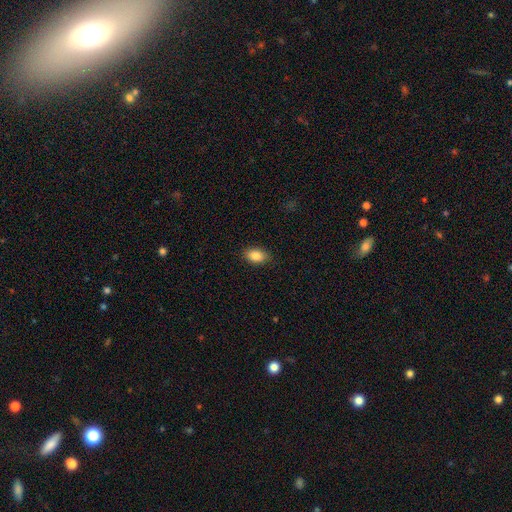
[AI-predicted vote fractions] This appears to be a smooth galaxy with no disk features (86%) that is in between round and cigar-shaped (87%). Merging: none (86%).